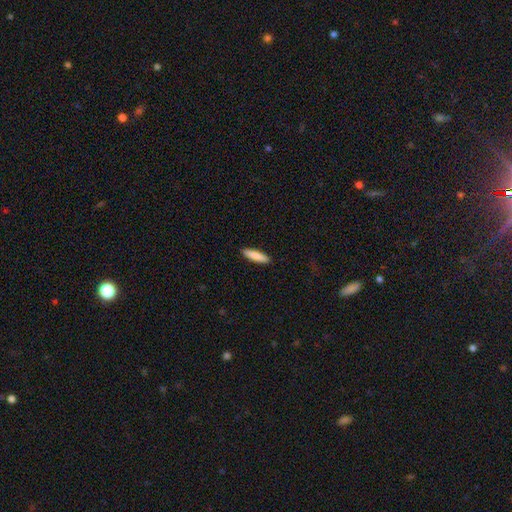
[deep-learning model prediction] smooth_or_featured: smooth (p=0.84) [alt: featured or disk p=0.11]
how_rounded: cigar-shaped (p=0.80) [alt: in between p=0.18]
merging: none (p=0.91) [alt: minor disturbance p=0.06]